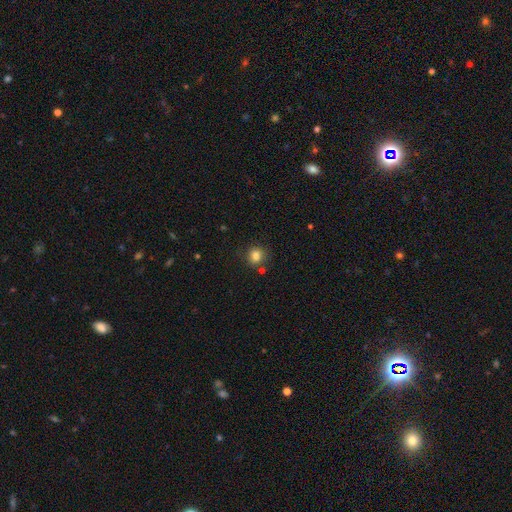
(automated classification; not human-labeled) This appears to be a smooth galaxy with no disk features (82%) that is round (84%). Merging: none (78%).